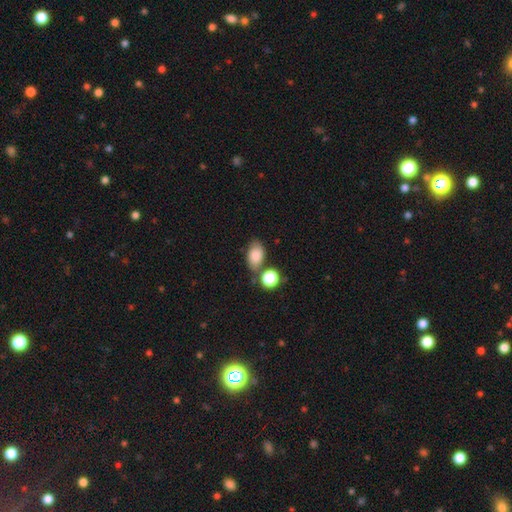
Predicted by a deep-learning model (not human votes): The model was most divided on "merging": none: 59%, minor disturbance: 18%, merger: 18%, major disturbance: 5%. More confident: how rounded — in between (85%); smooth or featured — smooth (82%).